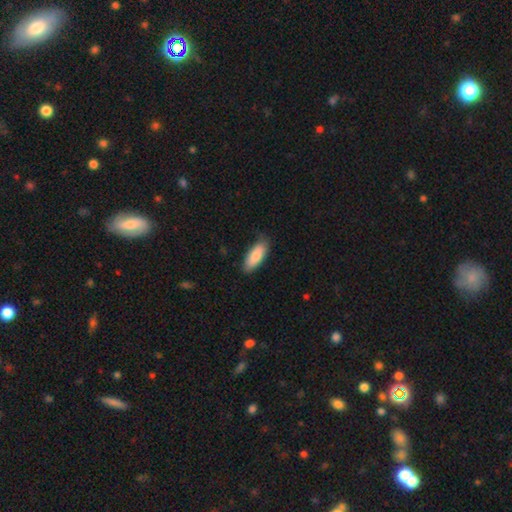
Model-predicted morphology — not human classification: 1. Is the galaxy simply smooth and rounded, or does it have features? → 82% smooth, 12% featured or disk, 6% star or artifact.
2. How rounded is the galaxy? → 73% in between, 25% cigar-shaped, 2% round.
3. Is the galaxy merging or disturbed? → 79% none, 18% minor disturbance, 3% major disturbance, 1% merger.